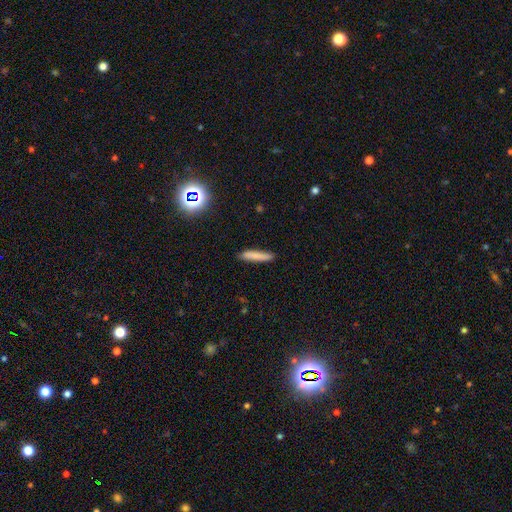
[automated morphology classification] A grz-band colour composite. It shows a smooth galaxy with no disk features (81%) that is cigar-shaped (90%). Merging: none (86%).